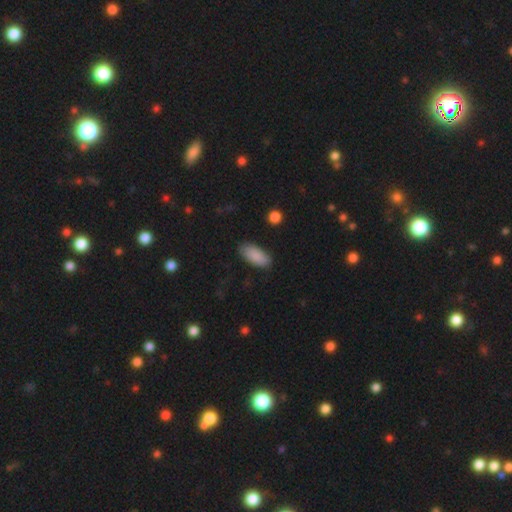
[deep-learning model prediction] The model was most divided on "merging": none: 84%, minor disturbance: 12%, major disturbance: 3%, merger: 1%. More confident: how rounded — in between (89%); smooth or featured — smooth (89%).